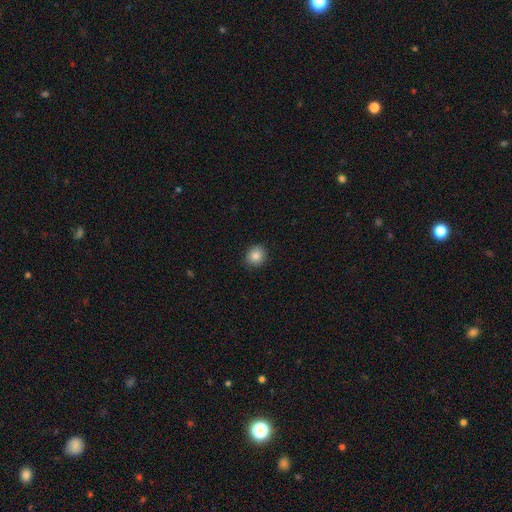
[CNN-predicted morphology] This is clearly a smooth galaxy (85%). How rounded: likely round (79%). Merging: clearly none (88%).